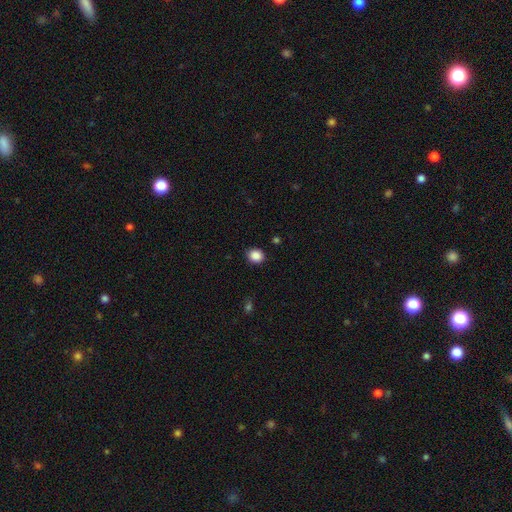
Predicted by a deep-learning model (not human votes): Smooth or featured: smooth — 87% (star or artifact — 10%)
How rounded: round — 69% (in between — 30%)
Merging: none — 87% (minor disturbance — 9%)